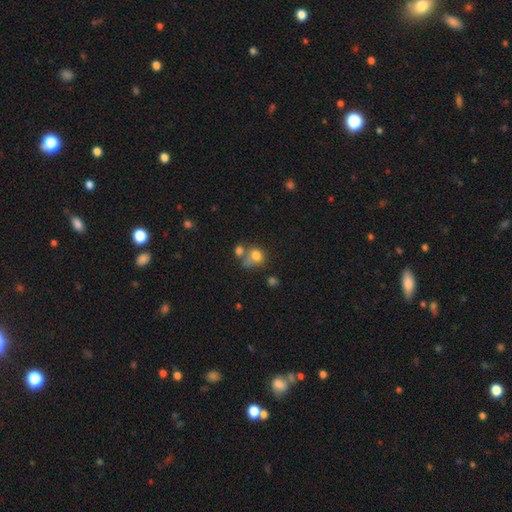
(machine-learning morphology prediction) type=smooth (76%); roundness=round (62%); merging=merger (38%).